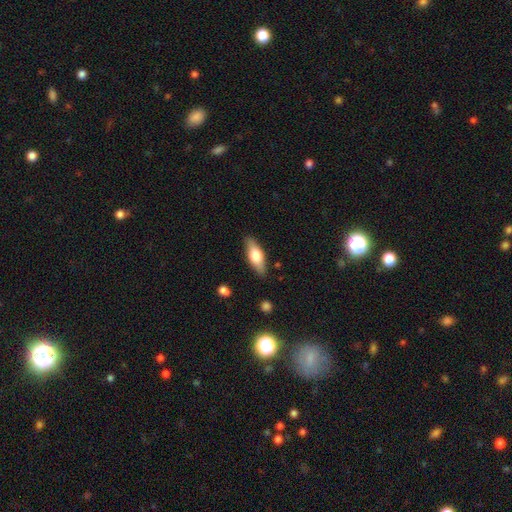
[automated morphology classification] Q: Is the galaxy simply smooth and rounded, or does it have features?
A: smooth — 62%.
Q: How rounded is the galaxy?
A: in between — 67%.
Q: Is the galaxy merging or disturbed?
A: none — 85%.